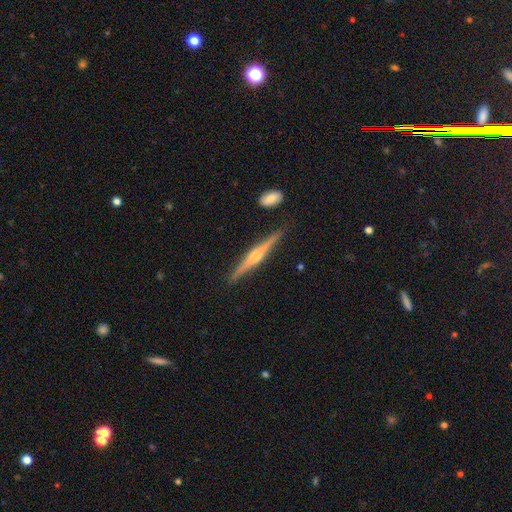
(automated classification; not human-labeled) Smooth or featured: featured or disk — 78% (smooth — 16%)
Edge-on disk: yes — 98% (no — 2%)
Edge-on bulge: rounded — 92% (boxy — 5%)
Merging: none — 88% (minor disturbance — 8%)